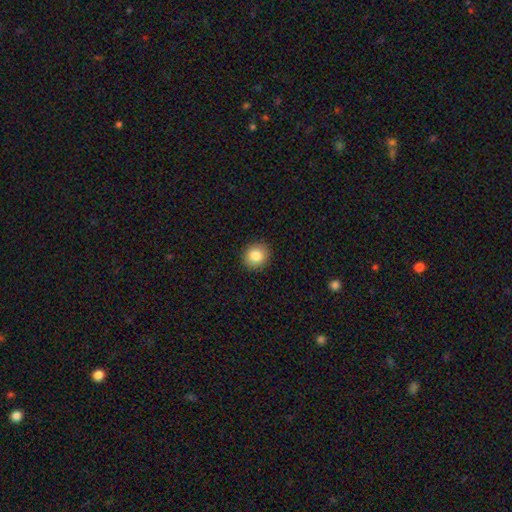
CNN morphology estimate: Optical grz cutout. It shows a smooth galaxy with no disk features (84%) that is round (85%). Merging: none (91%).